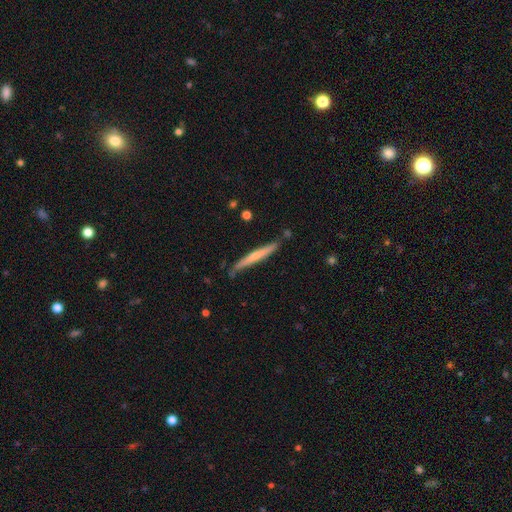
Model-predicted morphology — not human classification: This appears to be a smooth galaxy with no disk features (51%) that is cigar-shaped (96%). Merging: none (81%).